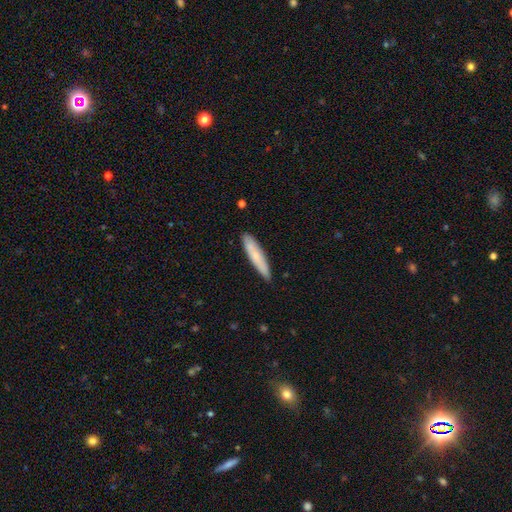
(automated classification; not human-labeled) Q: Smooth or featured?
A: smooth (68%); runner-up: featured or disk (26%)
Q: How rounded?
A: cigar-shaped (87%); runner-up: in between (12%)
Q: Merging?
A: none (87%); runner-up: minor disturbance (11%)